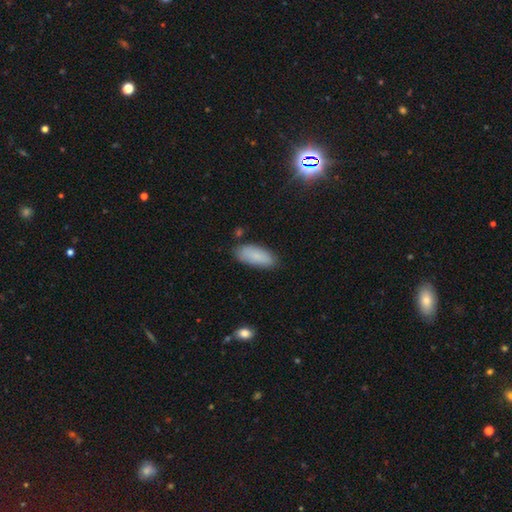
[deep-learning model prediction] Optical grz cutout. It shows a smooth galaxy with no disk features (84%) that is in between round and cigar-shaped (81%). Merging: none (80%).